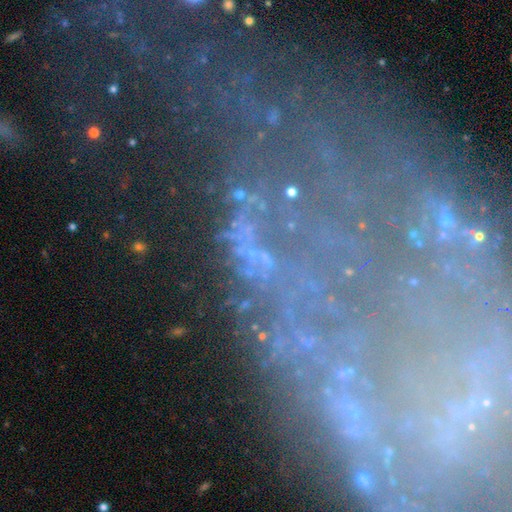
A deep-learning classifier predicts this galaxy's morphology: This appears to be a star or artifact, not a galaxy (49%).